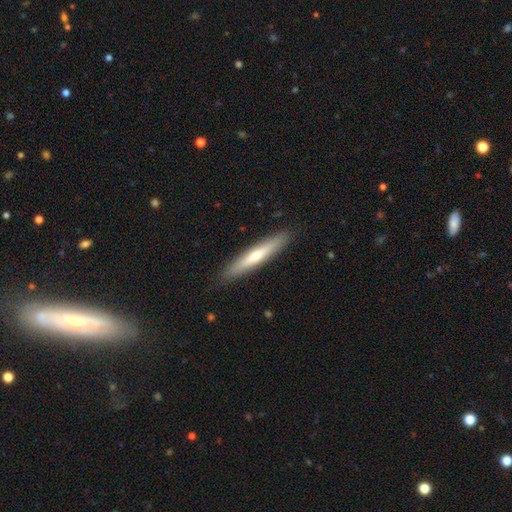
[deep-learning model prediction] This appears to be a smooth galaxy with no disk features (53%) that is cigar-shaped (92%). Merging: none (90%).